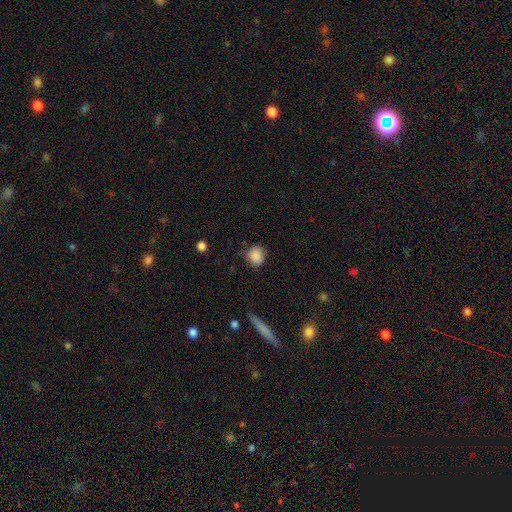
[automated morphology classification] smooth-or-featured: smooth: 87% | star or artifact: 9% | featured or disk: 4%
  how-rounded: round: 72% | in between: 27% | cigar-shaped: 1%
  merging: none: 75% | minor disturbance: 19% | major disturbance: 4% | merger: 2%